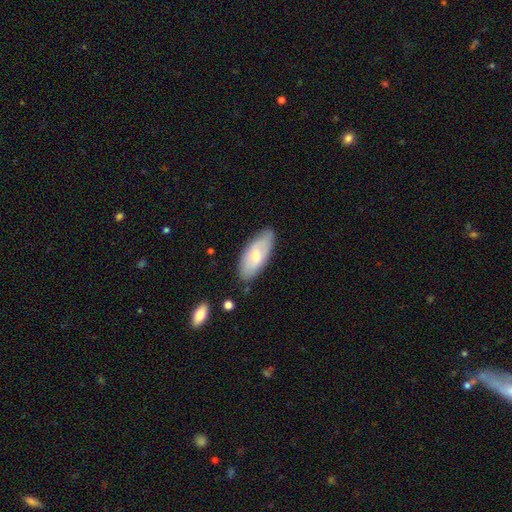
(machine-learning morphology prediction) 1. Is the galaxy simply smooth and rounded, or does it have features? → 63% smooth, 31% featured or disk, 6% star or artifact.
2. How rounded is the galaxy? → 86% in between, 12% cigar-shaped, 2% round.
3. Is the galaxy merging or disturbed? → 79% none, 16% minor disturbance, 3% major disturbance, 2% merger.